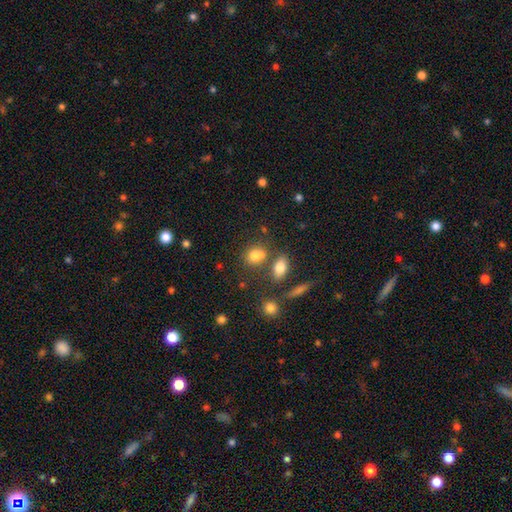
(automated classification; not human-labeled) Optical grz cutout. It shows a smooth galaxy with no disk features (79%) that is in between round and cigar-shaped (58%). Merging: none (62%).